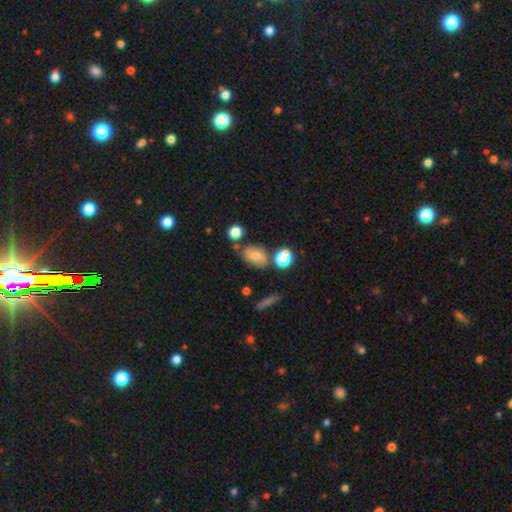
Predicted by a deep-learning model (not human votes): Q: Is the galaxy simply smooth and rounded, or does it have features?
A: smooth — 64%.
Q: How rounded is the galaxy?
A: in between — 72%.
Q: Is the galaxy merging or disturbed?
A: none — 66%.